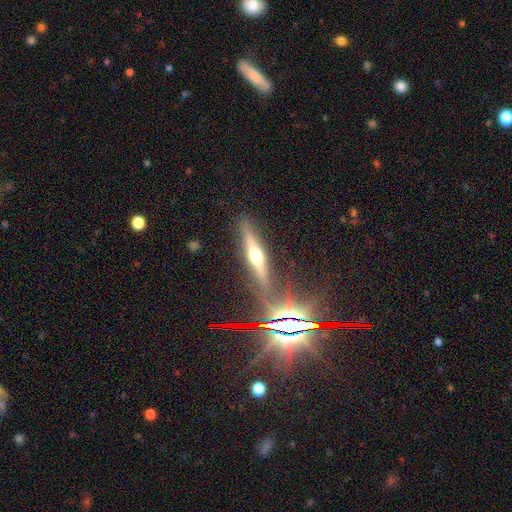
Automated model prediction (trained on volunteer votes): A featured or disk galaxy (65%) viewed edge-on (95%) with a rounded central bulge (93%). Merging: none (83%).